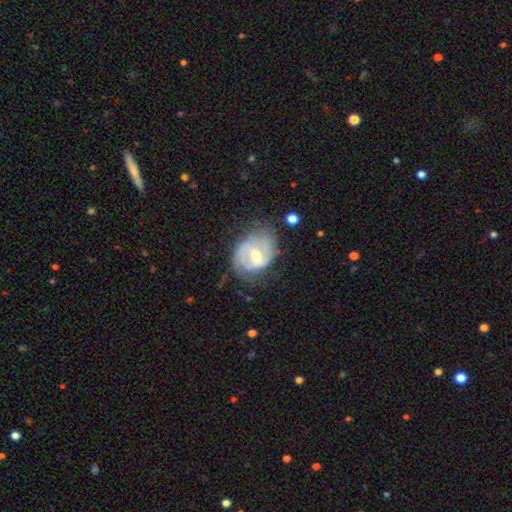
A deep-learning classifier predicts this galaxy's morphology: A featured or disk galaxy (72%) with a weak bar (52%), 2 (63%) medium (42%) spiral arms (77%) and a moderate central bulge (63%). Merging: none (53%).